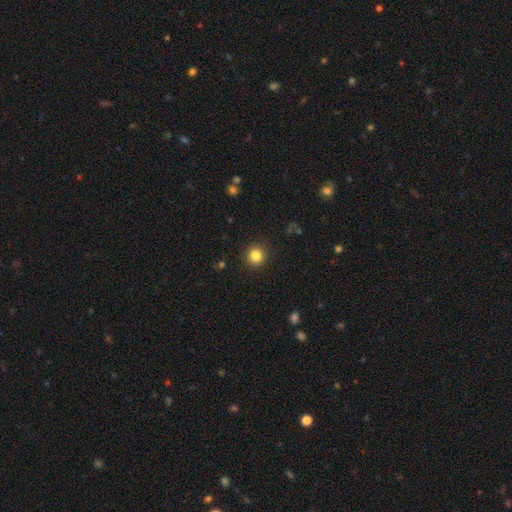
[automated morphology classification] smooth-or-featured: smooth: 84% | star or artifact: 11% | featured or disk: 5%
  how-rounded: round: 93% | in between: 6% | cigar-shaped: 1%
  merging: none: 91% | minor disturbance: 6% | major disturbance: 2% | merger: 1%